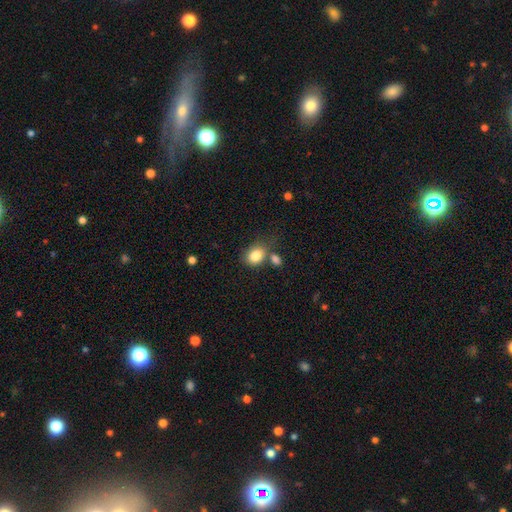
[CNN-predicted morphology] Smooth or featured: smooth — 84% (star or artifact — 9%)
How rounded: in between — 62% (round — 37%)
Merging: none — 55% (merger — 23%)